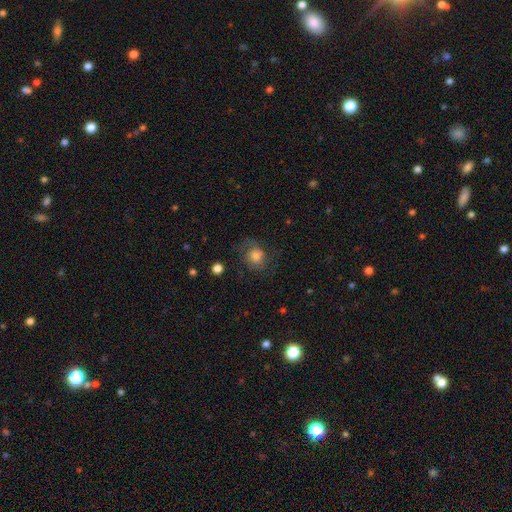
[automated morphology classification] Smooth or featured? Predicted: smooth (p=0.66). How rounded? Predicted: round (p=0.73). Merging? Predicted: none (p=0.59).